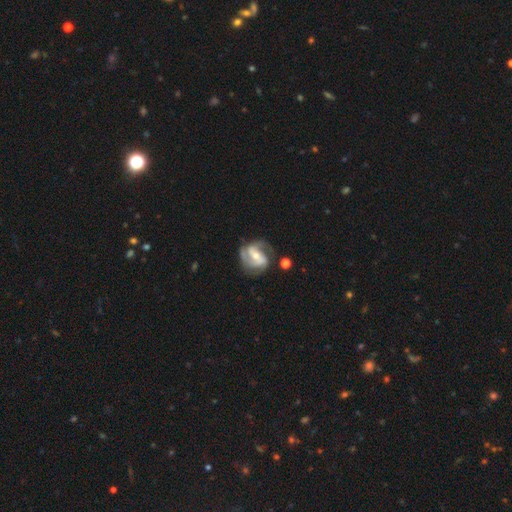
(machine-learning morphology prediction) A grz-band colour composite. It shows a featured or disk galaxy (85%) with a strong bar (40%), 2 (62%) medium (50%) spiral arms (94%) and a moderate central bulge (53%). Merging: none (62%).